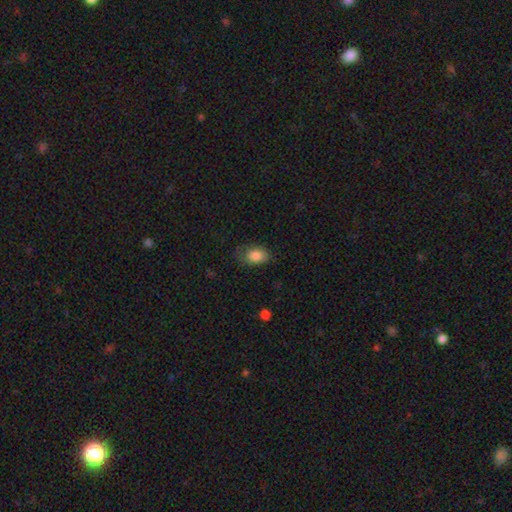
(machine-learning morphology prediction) smooth_or_featured: smooth (p=0.85) [alt: star or artifact p=0.08]
how_rounded: in between (p=0.86) [alt: round p=0.13]
merging: none (p=0.68) [alt: minor disturbance p=0.23]